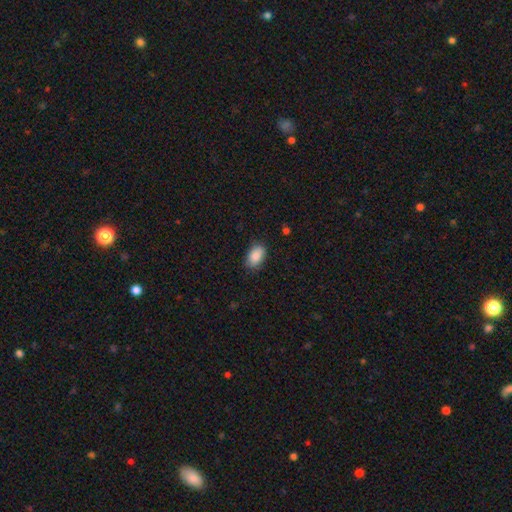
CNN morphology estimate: This is clearly a smooth galaxy (88%). How rounded: clearly in between (91%). Merging: clearly none (83%).